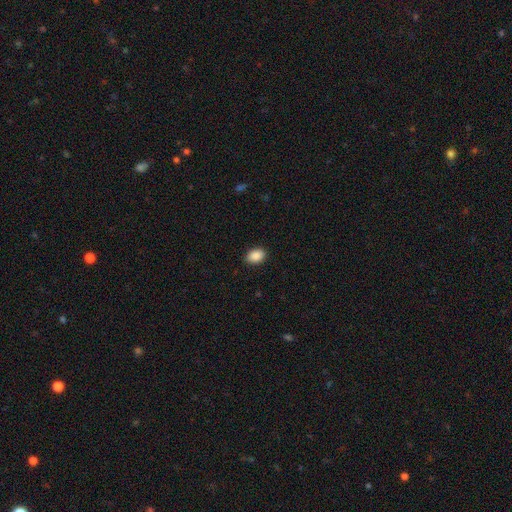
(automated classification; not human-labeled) A smooth galaxy with no disk features (90%) that is in between round and cigar-shaped (85%).

Vote fractions:
- Smooth or featured? smooth: 90% / star or artifact: 8% / featured or disk: 3%
- How rounded? in between: 85% / round: 14% / cigar-shaped: 1%
- Merging? none: 89% / minor disturbance: 8% / major disturbance: 2% / merger: 1%